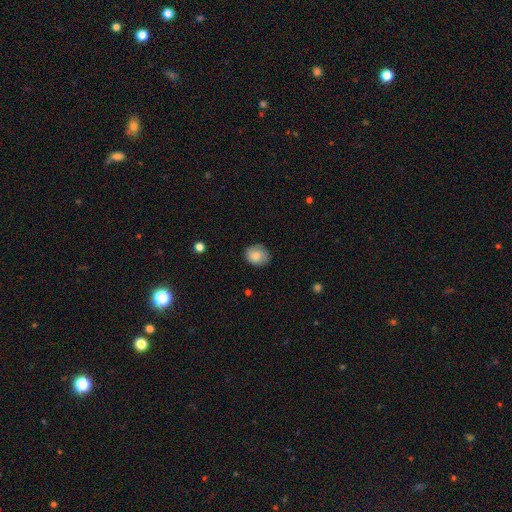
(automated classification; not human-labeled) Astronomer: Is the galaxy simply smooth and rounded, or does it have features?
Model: smooth — 84%.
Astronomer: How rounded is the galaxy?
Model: round — 59% (runner-up: in between, 40%).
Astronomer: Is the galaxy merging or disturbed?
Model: none — 79%.